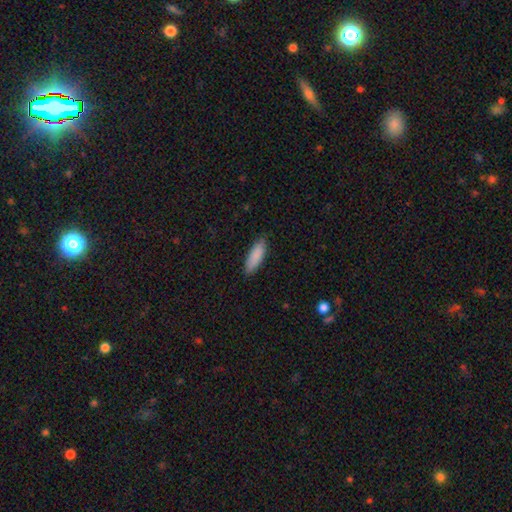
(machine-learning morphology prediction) type=smooth (87%); roundness=in between (54%); merging=none (85%).